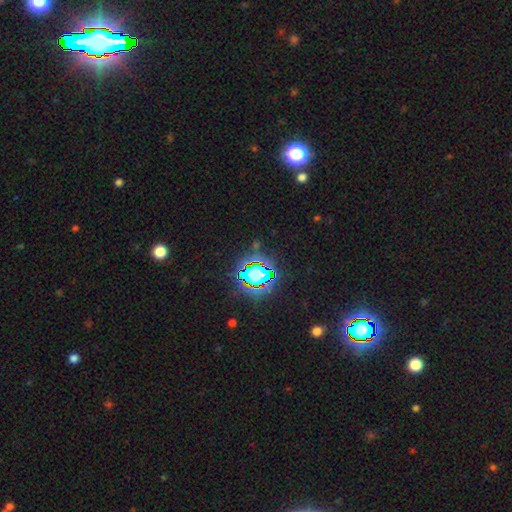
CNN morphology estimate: Smooth or featured?
  - star or artifact: 82% *
  - smooth: 11%
  - featured or disk: 7%